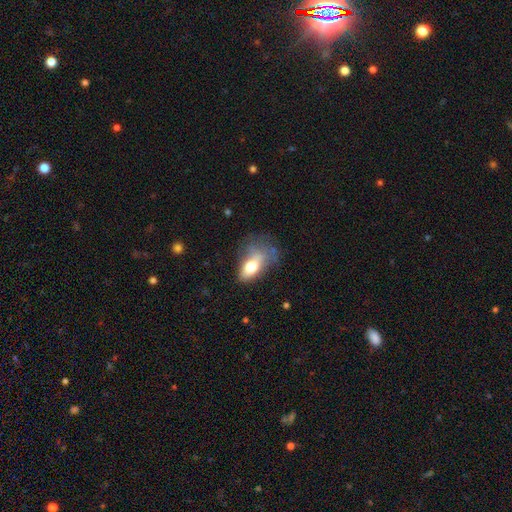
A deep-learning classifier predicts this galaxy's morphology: A smooth galaxy with no disk features (59%) that is in between round and cigar-shaped (84%).

Vote fractions:
- Smooth or featured? smooth: 59% / featured or disk: 28% / star or artifact: 13%
- How rounded? in between: 84% / round: 11% / cigar-shaped: 5%
- Merging? major disturbance: 36% / minor disturbance: 30% / none: 29% / merger: 5%